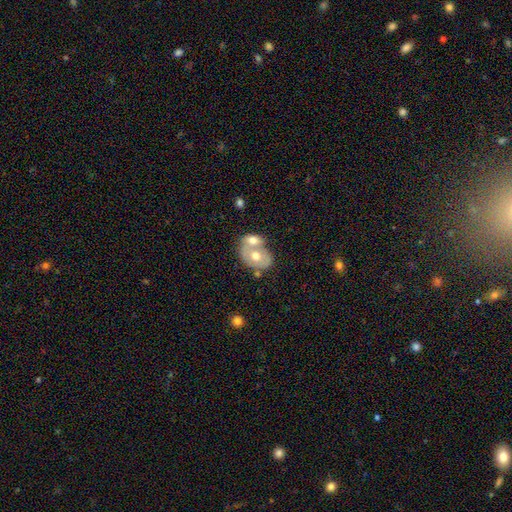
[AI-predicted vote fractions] Smooth or featured?
  - smooth: 49% *
  - featured or disk: 44%
  - star or artifact: 7%
Merging?
  - merger: 60% *
  - none: 26%
  - minor disturbance: 10%
  - major disturbance: 5%